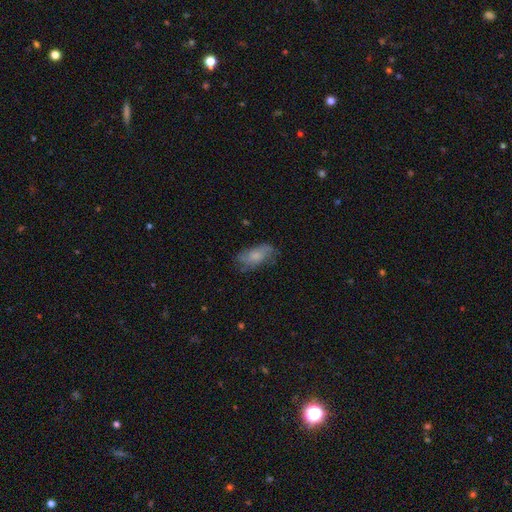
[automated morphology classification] Overall: smooth (54%; featured or disk 38%). How rounded: in between (86%). Merging: none (64%; minor disturbance 25%).